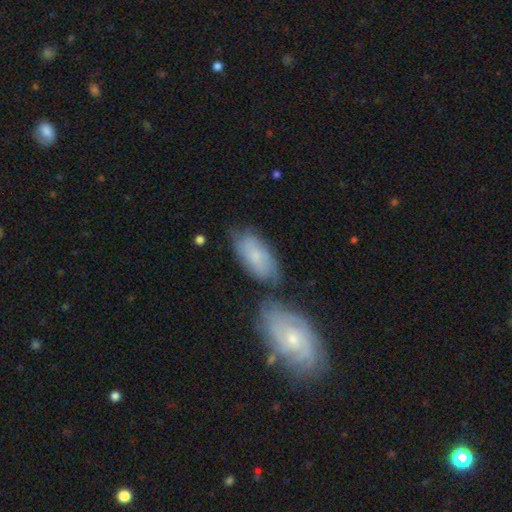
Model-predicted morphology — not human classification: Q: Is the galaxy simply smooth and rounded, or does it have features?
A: smooth — 52%.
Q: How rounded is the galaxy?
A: in between — 90%.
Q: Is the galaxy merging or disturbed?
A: none — 49%.